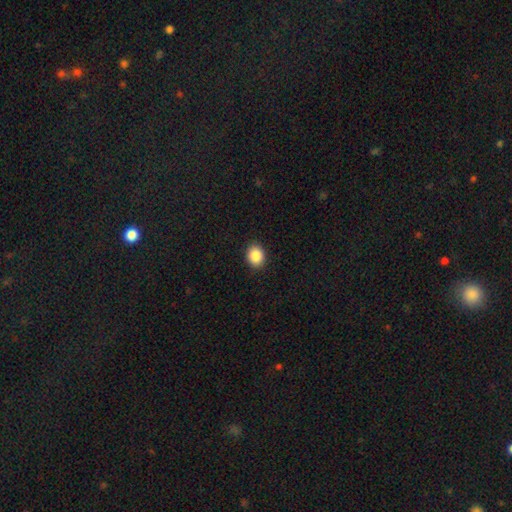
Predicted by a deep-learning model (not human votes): Morphology: type=smooth (88%); roundness=in between (51%); merging=none (90%).